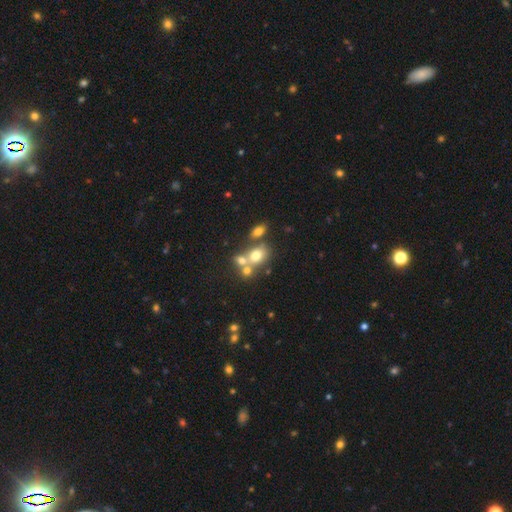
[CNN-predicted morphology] Overall: smooth (66%). How rounded: in between (52%; round 47%). Merging: merger (45%; none 39%).